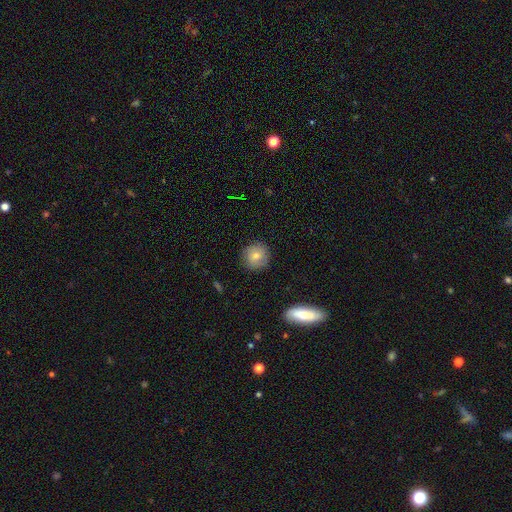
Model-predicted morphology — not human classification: Q: Smooth or featured?
A: smooth (68%); runner-up: featured or disk (22%)
Q: How rounded?
A: round (91%); runner-up: in between (8%)
Q: Merging?
A: none (87%); runner-up: minor disturbance (10%)